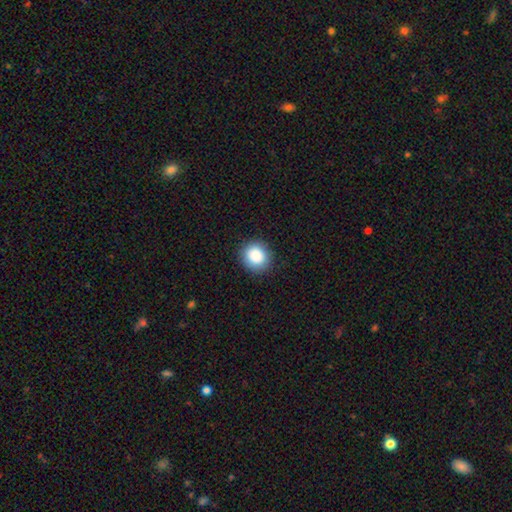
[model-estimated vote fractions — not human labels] Smooth or featured? smooth (88%)
How rounded? round (85%)
Merging? none (89%)